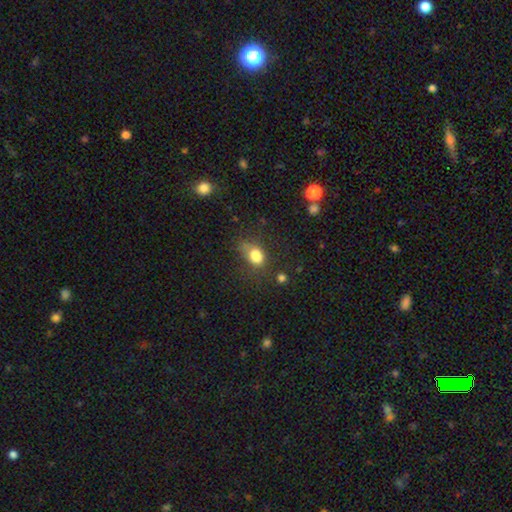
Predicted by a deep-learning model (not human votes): Morphology: type=smooth (79%); roundness=in between (73%); merging=none (44%).